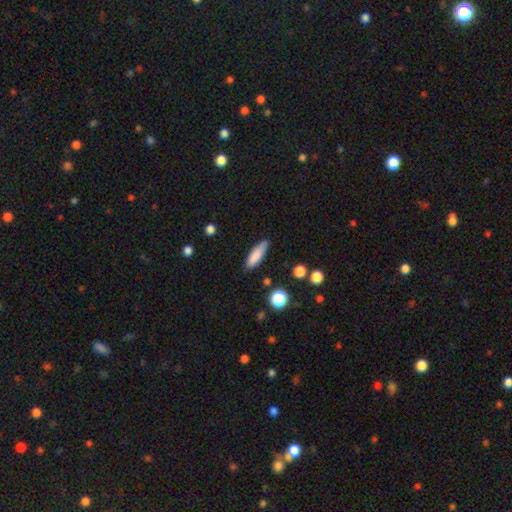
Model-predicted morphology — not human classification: Smooth or featured? Predicted: smooth (p=0.84). How rounded? Predicted: cigar-shaped (p=0.52). Merging? Predicted: none (p=0.81).